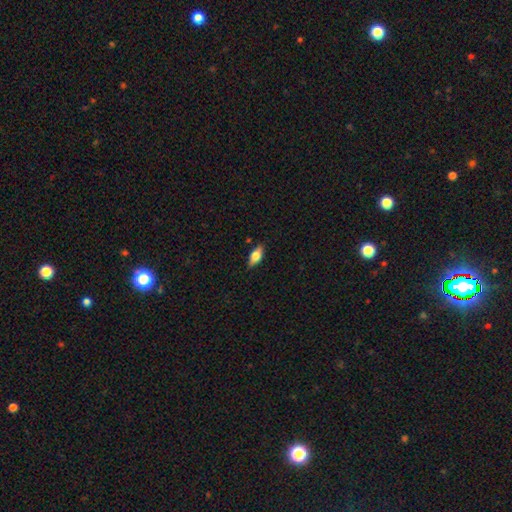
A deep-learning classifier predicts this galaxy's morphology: smooth 67%, featured or disk 26%, star or artifact 7%. Down the decision tree: how rounded — in between (83%); merging — none (84%).